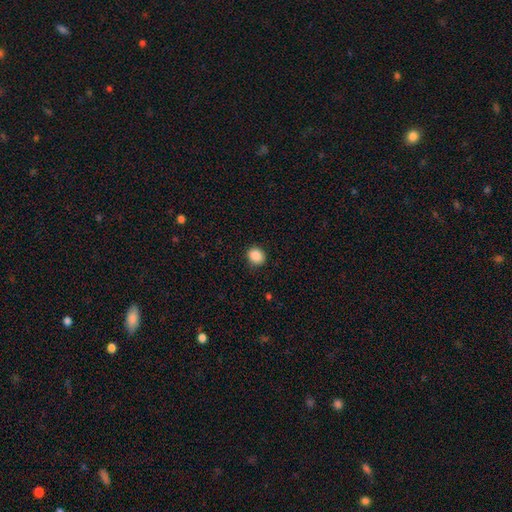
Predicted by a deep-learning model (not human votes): Q: Smooth or featured?
A: smooth (88%); runner-up: star or artifact (9%)
Q: How rounded?
A: round (75%); runner-up: in between (24%)
Q: Merging?
A: none (88%); runner-up: minor disturbance (8%)